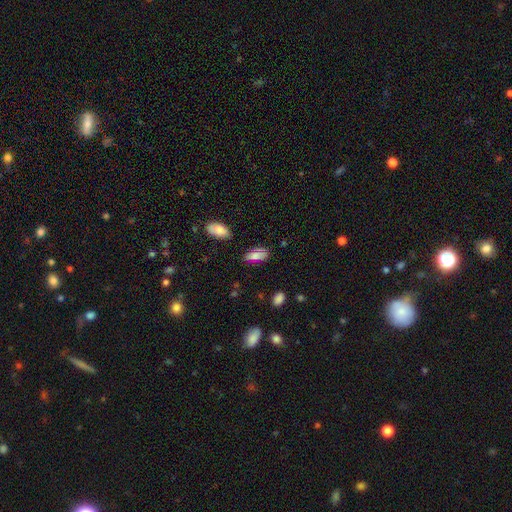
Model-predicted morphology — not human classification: Smooth or featured? Predicted: smooth (p=0.77). How rounded? Predicted: in between (p=0.89). Merging? Predicted: none (p=0.70).